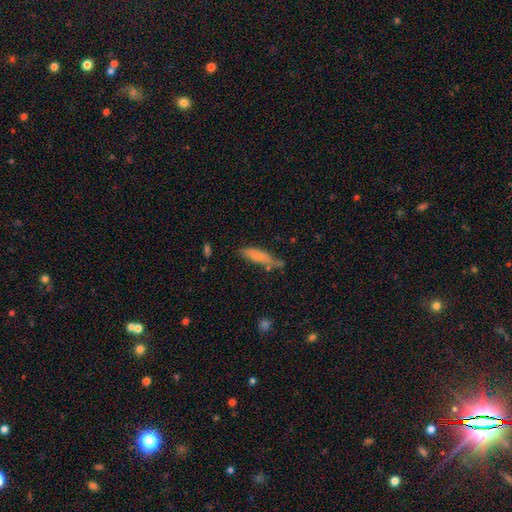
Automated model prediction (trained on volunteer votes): Smooth or featured?
  - smooth: 77% *
  - featured or disk: 14%
  - star or artifact: 9%
How rounded?
  - cigar-shaped: 74% *
  - in between: 25%
  - round: 2%
Merging?
  - none: 61% *
  - minor disturbance: 25%
  - major disturbance: 7%
  - merger: 7%